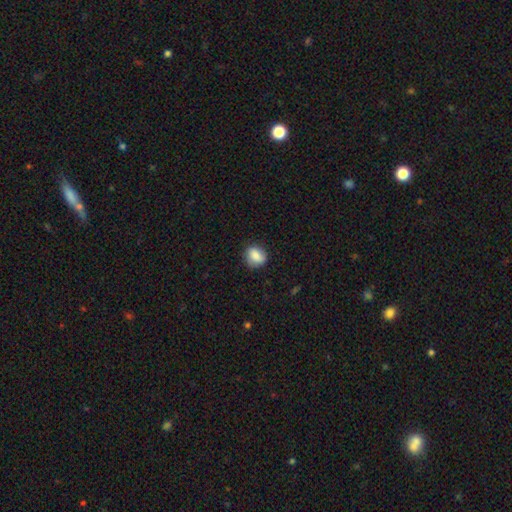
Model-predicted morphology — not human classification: smooth-or-featured: smooth: 83% | featured or disk: 8% | star or artifact: 8%
  how-rounded: round: 55% | in between: 44% | cigar-shaped: 1%
  merging: none: 80% | minor disturbance: 16% | major disturbance: 3% | merger: 1%